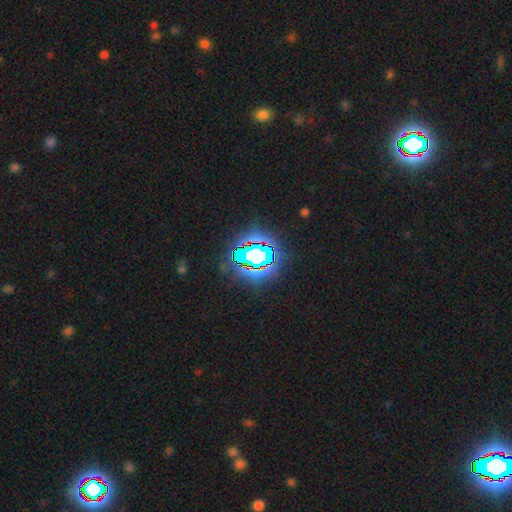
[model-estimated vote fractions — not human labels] smooth_or_featured: star or artifact (p=0.67) [alt: smooth p=0.18]